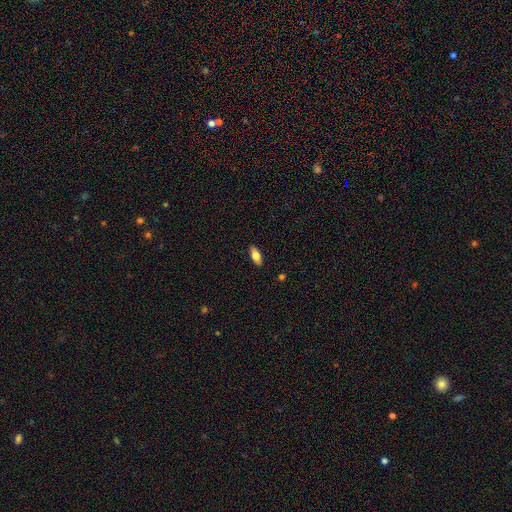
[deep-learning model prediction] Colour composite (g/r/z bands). It shows a smooth galaxy with no disk features (75%) that is in between round and cigar-shaped (82%). Merging: none (89%).